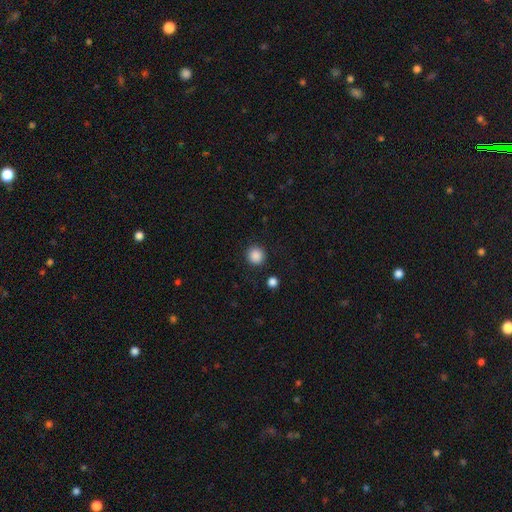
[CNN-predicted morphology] The model was most divided on "smooth or featured": smooth: 87%, star or artifact: 10%, featured or disk: 3%. More confident: how rounded — round (93%); merging — none (90%).